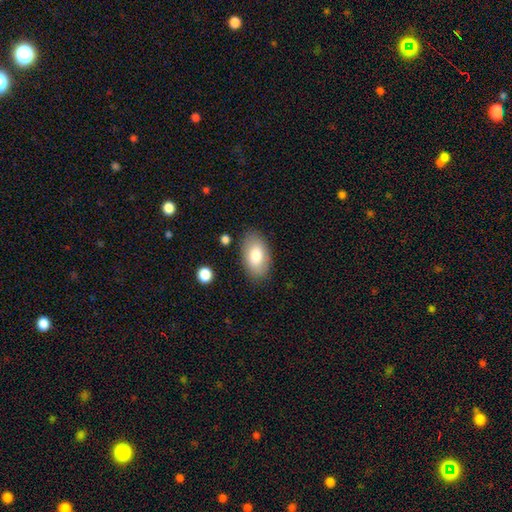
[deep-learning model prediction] Smooth or featured: smooth — 80% (featured or disk — 14%)
How rounded: in between — 94% (round — 5%)
Merging: none — 84% (minor disturbance — 11%)